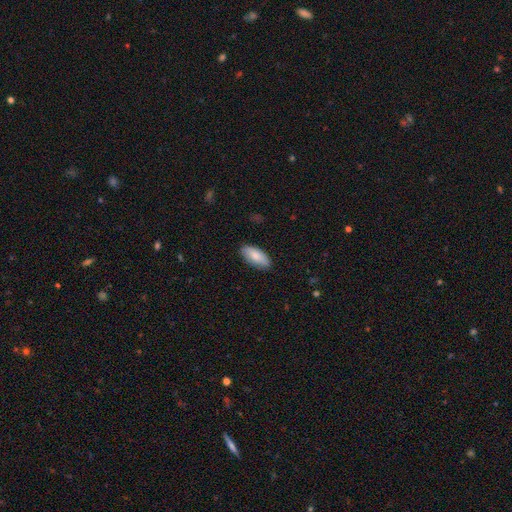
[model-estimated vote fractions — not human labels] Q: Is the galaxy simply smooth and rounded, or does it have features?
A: smooth — 83%.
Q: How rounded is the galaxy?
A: in between — 88%.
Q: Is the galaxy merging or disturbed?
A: none — 86%.